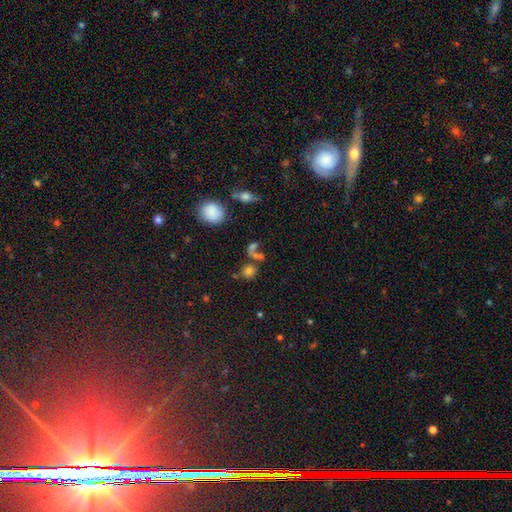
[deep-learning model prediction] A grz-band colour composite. It shows a smooth galaxy with no disk features (55%) that is round (75%). Merging: none (52%).